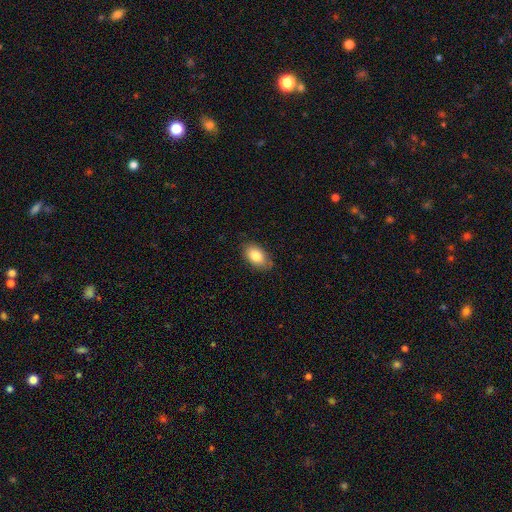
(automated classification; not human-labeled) Q: Smooth or featured?
A: smooth (82%); runner-up: featured or disk (11%)
Q: How rounded?
A: in between (92%); runner-up: round (6%)
Q: Merging?
A: none (79%); runner-up: minor disturbance (17%)